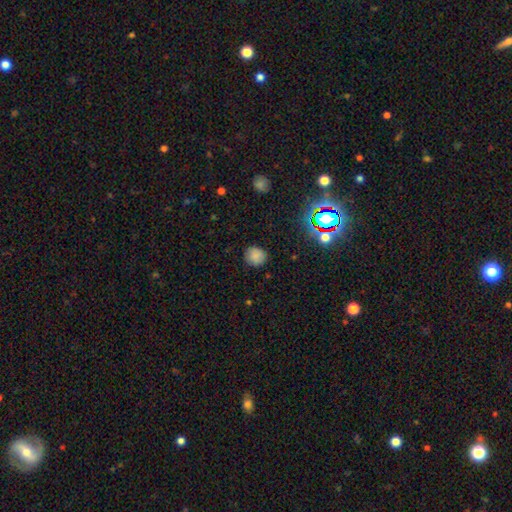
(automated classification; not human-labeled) This is likely a smooth galaxy (80%). How rounded: clearly round (86%). Merging: clearly none (85%).